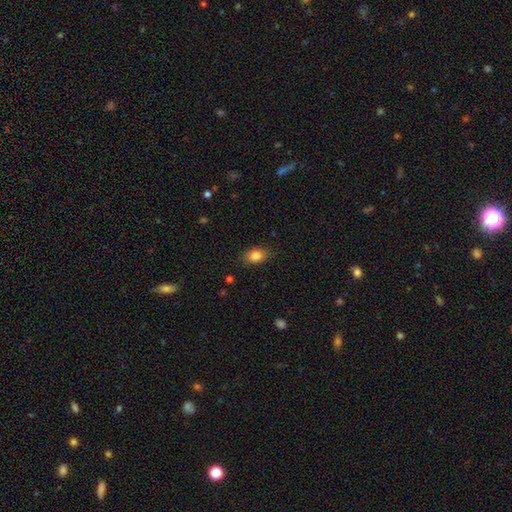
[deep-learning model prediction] Morphology: type=smooth (83%); roundness=in between (80%); merging=none (84%).